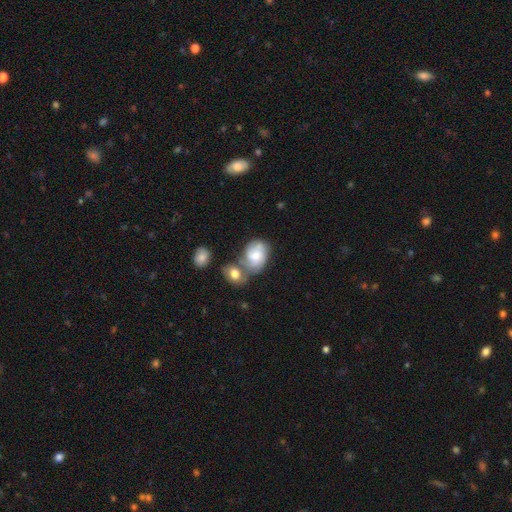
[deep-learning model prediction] Morphology: type=smooth (51%); roundness=in between (65%); merging=merger (43%).